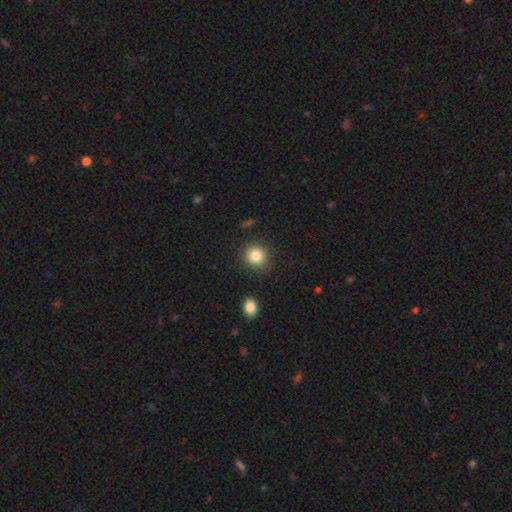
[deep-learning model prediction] This is clearly a smooth galaxy (84%). How rounded: clearly round (88%). Merging: clearly none (86%).